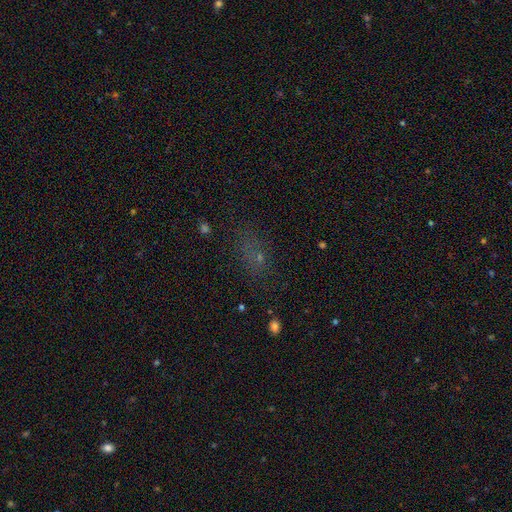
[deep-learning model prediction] smooth 47%, star or artifact 39%, featured or disk 15%. Down the decision tree: merging — none (64%).